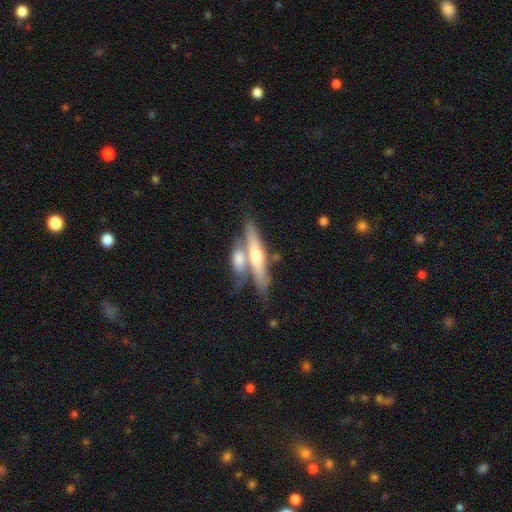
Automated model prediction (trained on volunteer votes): smooth-or-featured: featured or disk: 61% | smooth: 33% | star or artifact: 6%
  disk-edge-on: yes: 86% | no: 14%
    edge-on-bulge: rounded: 87% | none: 8% | boxy: 5%
  merging: none: 44% | merger: 41% | minor disturbance: 11% | major disturbance: 4%